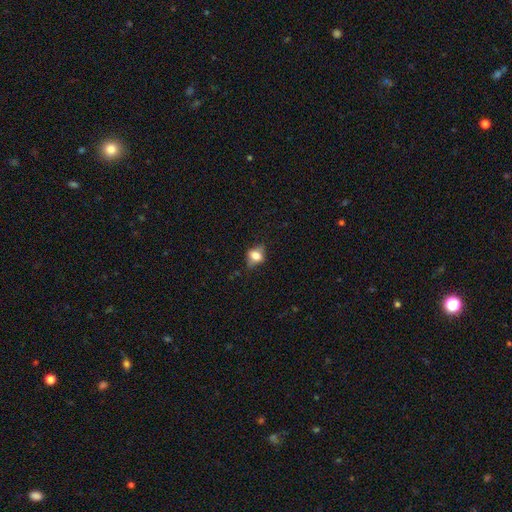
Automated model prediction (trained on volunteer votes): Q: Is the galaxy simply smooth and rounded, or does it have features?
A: smooth — 69%.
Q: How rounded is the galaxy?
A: in between — 52%.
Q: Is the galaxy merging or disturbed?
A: none — 66%.